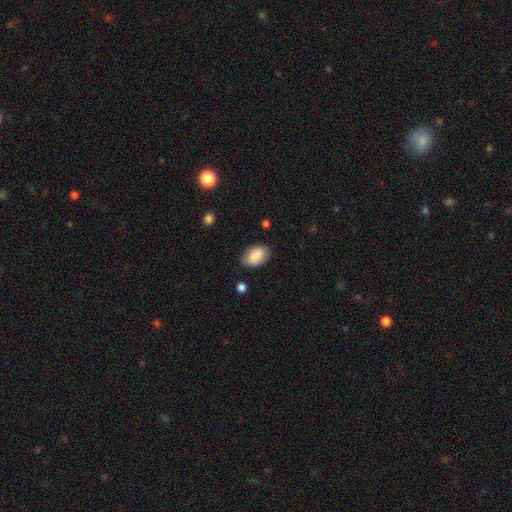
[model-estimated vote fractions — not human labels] smooth 86%, star or artifact 7%, featured or disk 7%. Down the decision tree: how rounded — in between (89%); merging — none (76%).